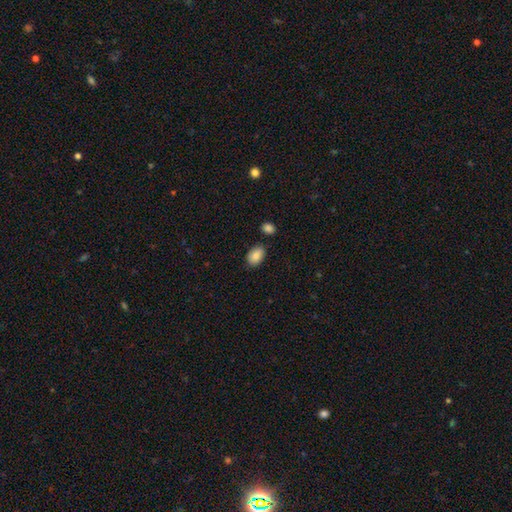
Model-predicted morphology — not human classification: Q: Smooth or featured?
A: smooth (87%); runner-up: star or artifact (7%)
Q: How rounded?
A: in between (86%); runner-up: round (13%)
Q: Merging?
A: none (82%); runner-up: minor disturbance (11%)